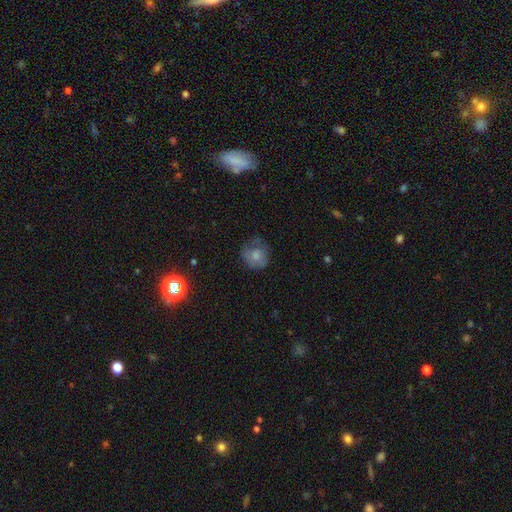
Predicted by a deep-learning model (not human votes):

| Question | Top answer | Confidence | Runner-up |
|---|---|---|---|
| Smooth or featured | smooth | 70% | featured or disk (20%) |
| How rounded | round | 81% | in between (18%) |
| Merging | none | 56% | minor disturbance (28%) |